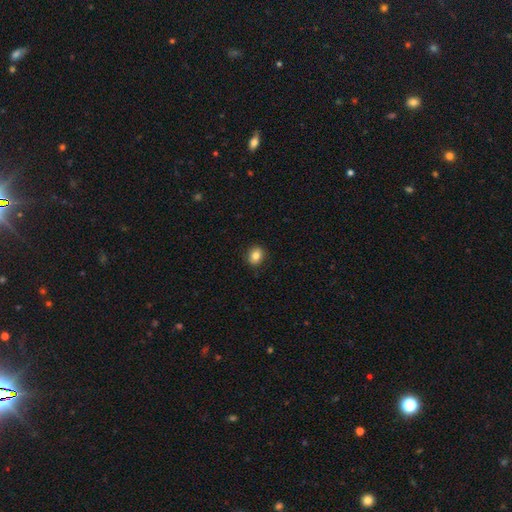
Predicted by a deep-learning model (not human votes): smooth-or-featured: smooth: 84% | star or artifact: 10% | featured or disk: 7%
  how-rounded: round: 71% | in between: 29% | cigar-shaped: 1%
  merging: none: 90% | minor disturbance: 8% | major disturbance: 2% | merger: 1%